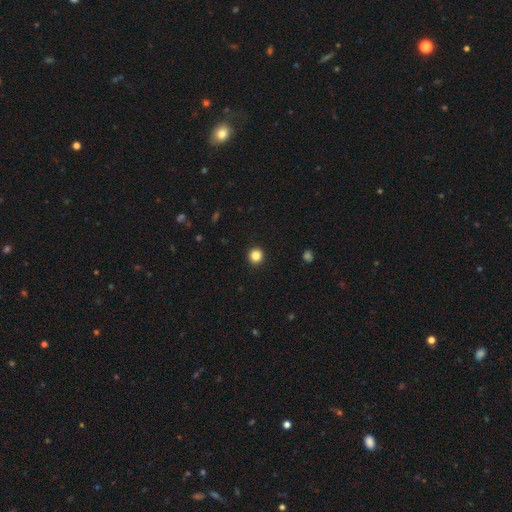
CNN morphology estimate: This appears to be a smooth galaxy with no disk features (84%) that is round (93%). Merging: none (93%).